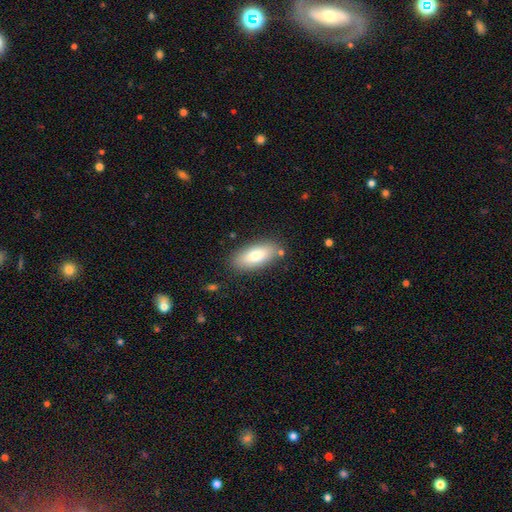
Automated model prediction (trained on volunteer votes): This is likely a smooth galaxy (77%). How rounded: clearly in between (82%). Merging: clearly none (83%).